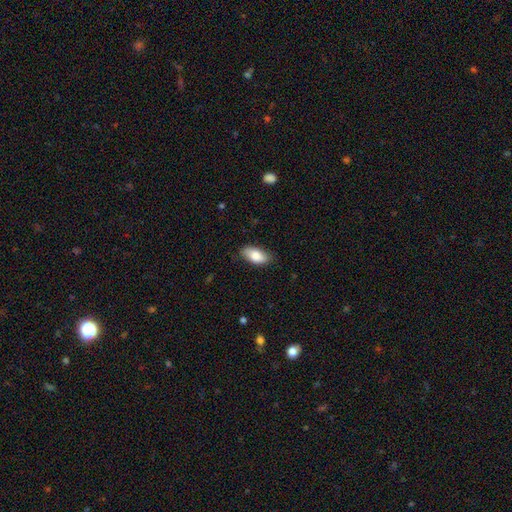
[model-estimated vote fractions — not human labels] Smooth or featured: smooth — 83% (featured or disk — 11%)
How rounded: in between — 91% (cigar-shaped — 6%)
Merging: none — 81% (minor disturbance — 15%)